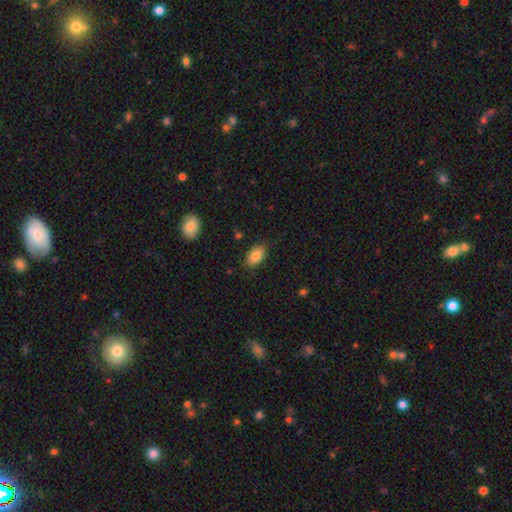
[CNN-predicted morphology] Smooth or featured?
  - smooth: 82% *
  - featured or disk: 10%
  - star or artifact: 8%
How rounded?
  - in between: 91% *
  - round: 6%
  - cigar-shaped: 3%
Merging?
  - none: 83% *
  - minor disturbance: 13%
  - major disturbance: 3%
  - merger: 1%